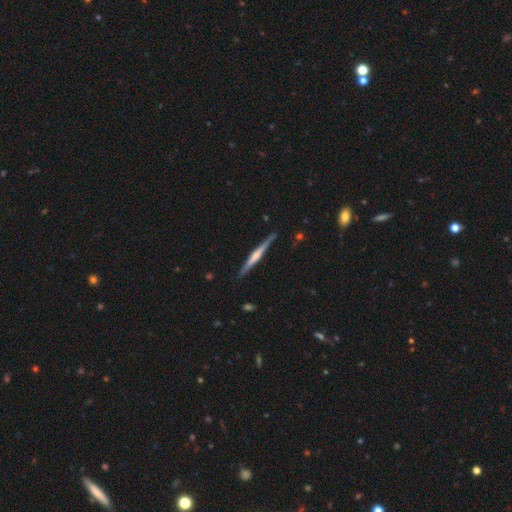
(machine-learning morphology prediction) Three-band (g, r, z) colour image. It shows a featured or disk galaxy (62%) viewed edge-on (98%) with a rounded central bulge (45%). Merging: none (88%).